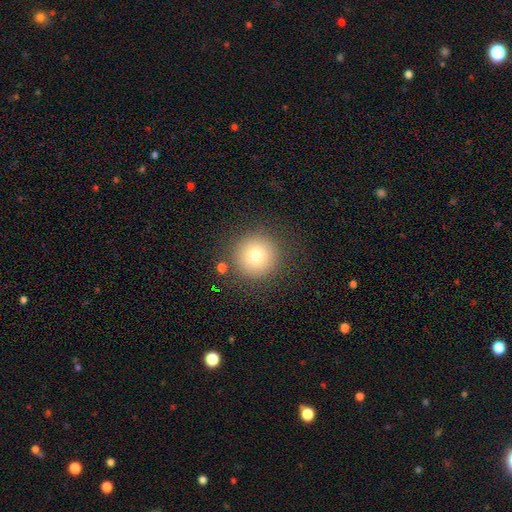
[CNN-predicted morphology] Overall: smooth (76%). How rounded: round (96%). Merging: none (87%).